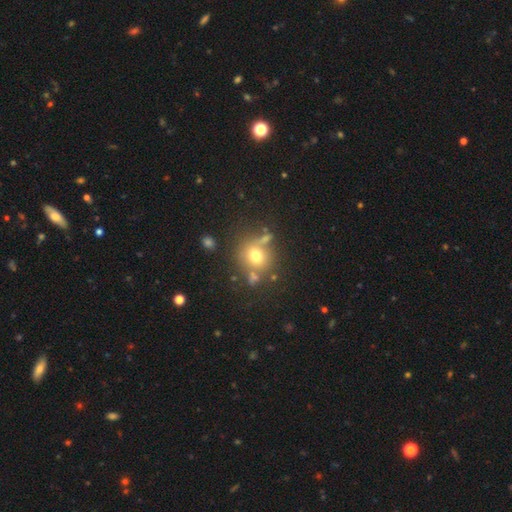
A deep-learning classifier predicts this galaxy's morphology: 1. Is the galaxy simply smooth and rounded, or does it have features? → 69% smooth, 16% star or artifact, 15% featured or disk.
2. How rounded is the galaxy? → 83% round, 16% in between, 1% cigar-shaped.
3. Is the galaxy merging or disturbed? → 67% none, 14% merger, 13% minor disturbance, 6% major disturbance.